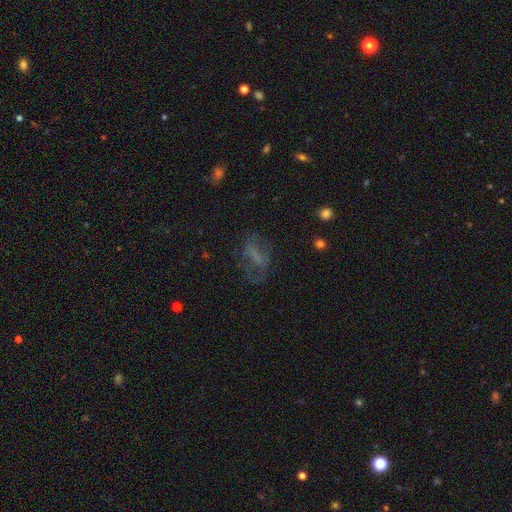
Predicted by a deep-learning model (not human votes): smooth_or_featured: smooth (p=0.41) [alt: featured or disk p=0.39]
merging: none (p=0.53) [alt: major disturbance p=0.25]